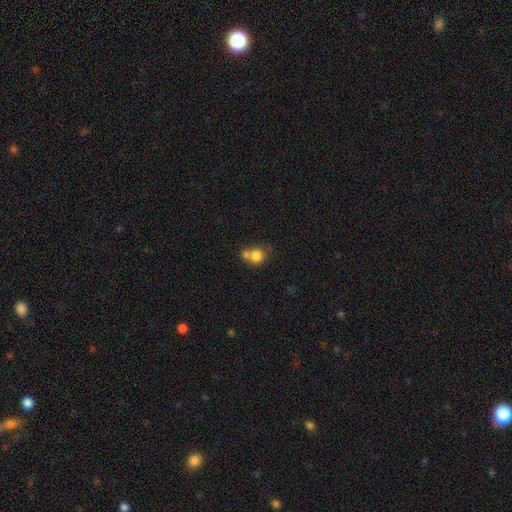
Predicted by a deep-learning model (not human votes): Overall: smooth (78%). How rounded: round (80%). Merging: merger (48%; none 37%).